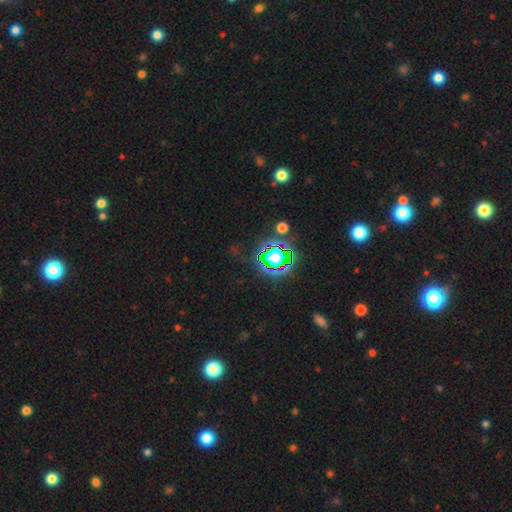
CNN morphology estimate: A star or artifact, not a galaxy (79%).

Vote fractions:
- Smooth or featured? star or artifact: 79% / smooth: 14% / featured or disk: 8%